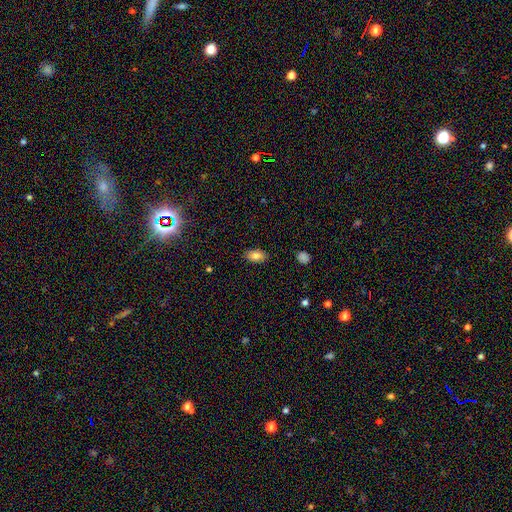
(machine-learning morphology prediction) A smooth galaxy with no disk features (81%) that is in between round and cigar-shaped (92%). Merging: none (87%).